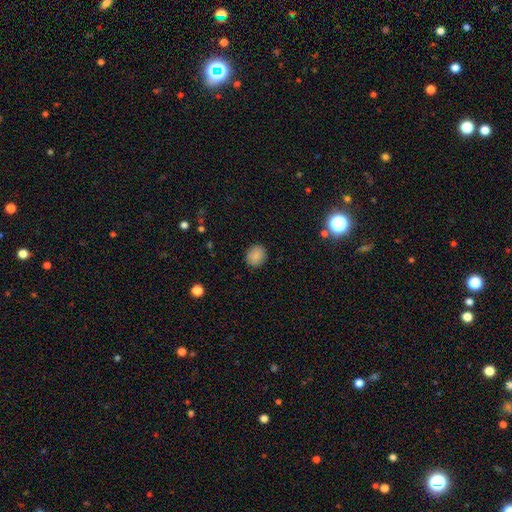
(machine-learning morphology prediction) smooth 87%, star or artifact 9%, featured or disk 4%. Down the decision tree: how rounded — round (75%); merging — none (89%).